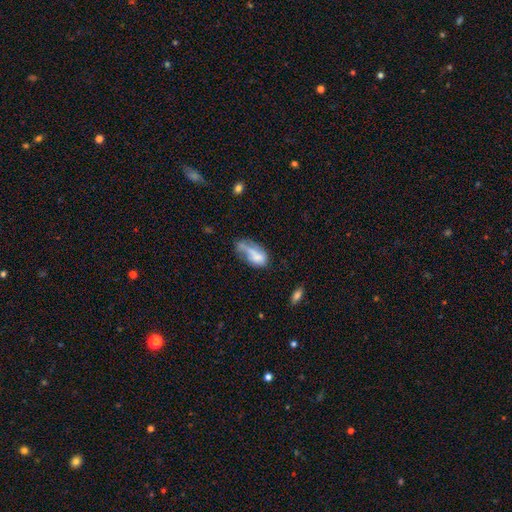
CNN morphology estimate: Smooth or featured?
  - smooth: 64% *
  - featured or disk: 27%
  - star or artifact: 9%
How rounded?
  - in between: 85% *
  - cigar-shaped: 10%
  - round: 5%
Merging?
  - major disturbance: 35% *
  - minor disturbance: 25%
  - none: 24%
  - merger: 16%